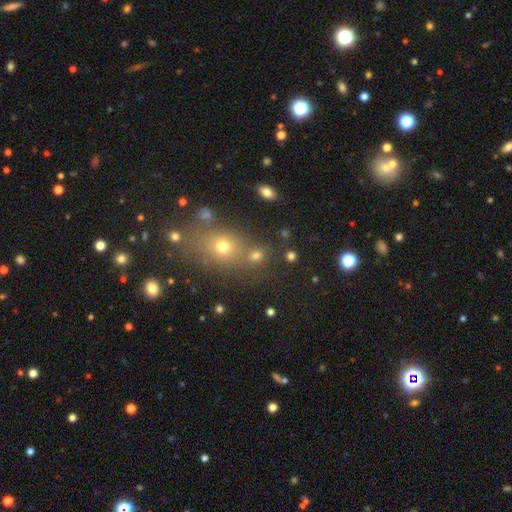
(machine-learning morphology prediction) type=smooth (66%); roundness=round (75%); merging=none (65%).